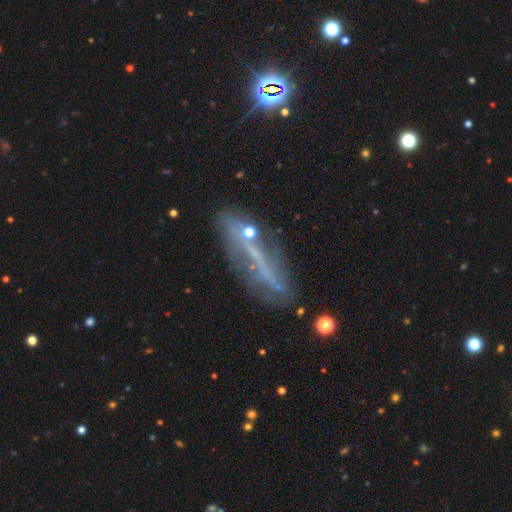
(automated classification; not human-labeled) Smooth or featured?
  - featured or disk: 55% *
  - smooth: 28%
  - star or artifact: 16%
Edge-on disk?
  - no: 51% *
  - yes: 49%
Merging?
  - none: 60% *
  - minor disturbance: 20%
  - major disturbance: 13%
  - merger: 7%